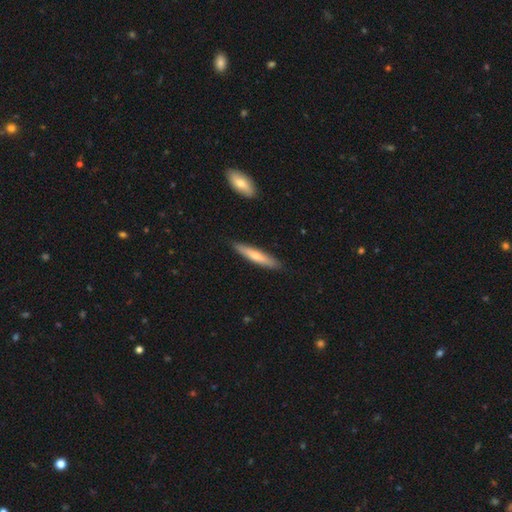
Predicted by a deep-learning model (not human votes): A smooth galaxy with no disk features (63%) that is cigar-shaped (89%).

Vote fractions:
- Smooth or featured? smooth: 63% / featured or disk: 31% / star or artifact: 5%
- How rounded? cigar-shaped: 89% / in between: 9% / round: 1%
- Merging? none: 89% / minor disturbance: 8% / merger: 2% / major disturbance: 2%